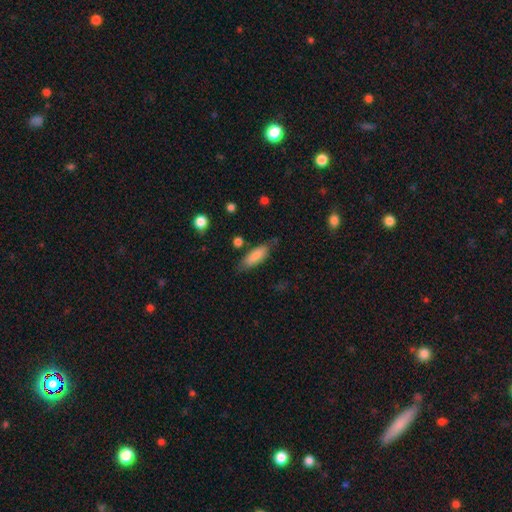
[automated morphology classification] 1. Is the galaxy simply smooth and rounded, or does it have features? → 81% smooth, 13% featured or disk, 6% star or artifact.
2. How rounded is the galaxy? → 65% in between, 33% cigar-shaped, 2% round.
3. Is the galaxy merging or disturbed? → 71% none, 20% minor disturbance, 5% major disturbance, 4% merger.